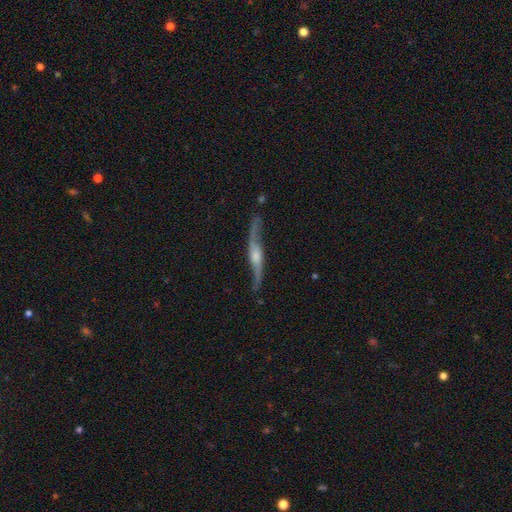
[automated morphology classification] Smooth or featured?
  - featured or disk: 86% *
  - smooth: 9%
  - star or artifact: 5%
Edge-on disk?
  - yes: 61% *
  - no: 39%
Edge-on bulge?
  - rounded: 83% *
  - boxy: 9%
  - none: 7%
Merging?
  - none: 75% *
  - minor disturbance: 16%
  - major disturbance: 6%
  - merger: 2%